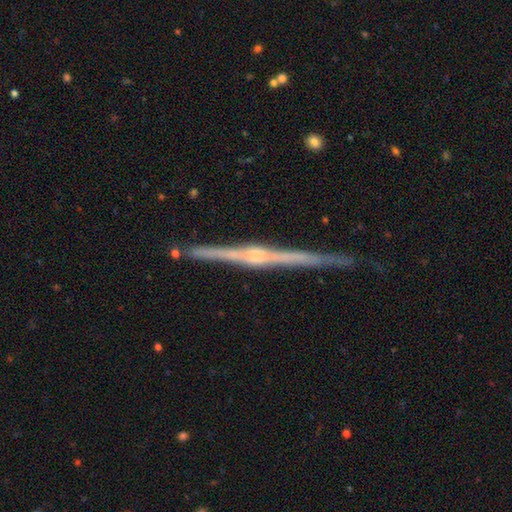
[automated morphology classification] Overall: featured or disk (88%). Edge-on disk: yes (99%). Edge-on bulge: rounded (75%). Merging: none (90%).